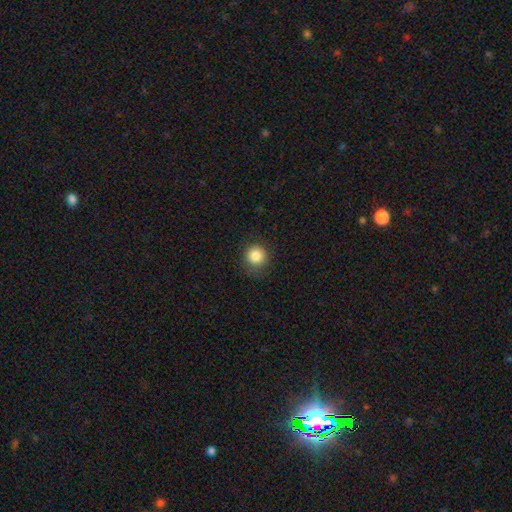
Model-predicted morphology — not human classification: Smooth or featured? smooth (85%)
How rounded? round (93%)
Merging? none (86%)